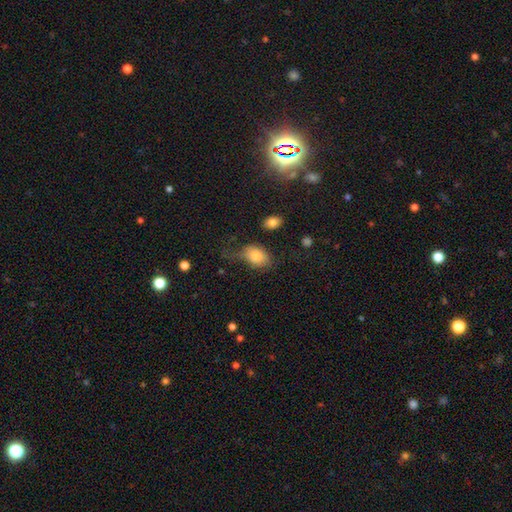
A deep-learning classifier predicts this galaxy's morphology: type=smooth (77%); roundness=in between (77%); merging=none (40%).